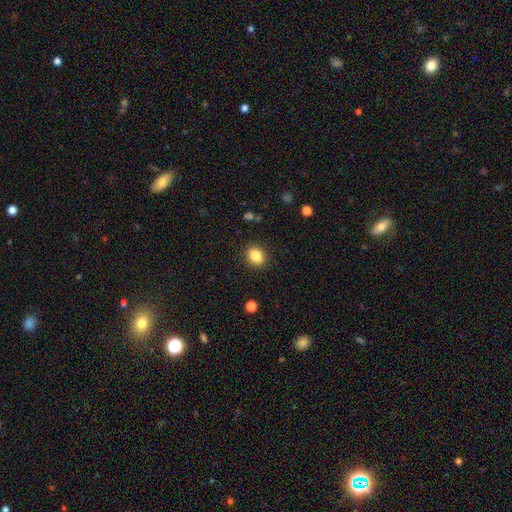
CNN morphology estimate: Smooth or featured: smooth — 86% (star or artifact — 9%)
How rounded: in between — 57% (round — 42%)
Merging: none — 88% (minor disturbance — 8%)